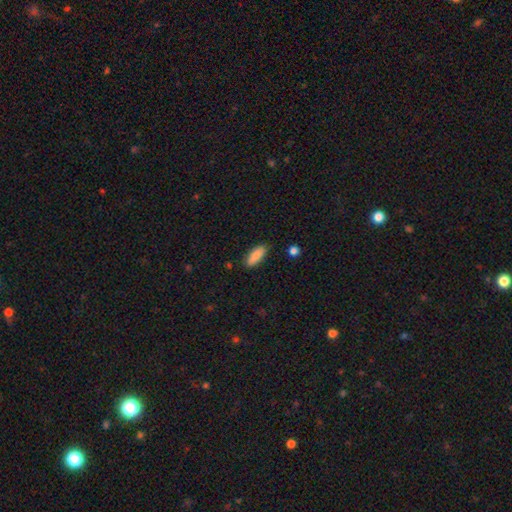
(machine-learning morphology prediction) smooth-or-featured: smooth: 87% | featured or disk: 7% | star or artifact: 6%
  how-rounded: in between: 69% | cigar-shaped: 29% | round: 2%
  merging: none: 85% | minor disturbance: 11% | major disturbance: 2% | merger: 2%